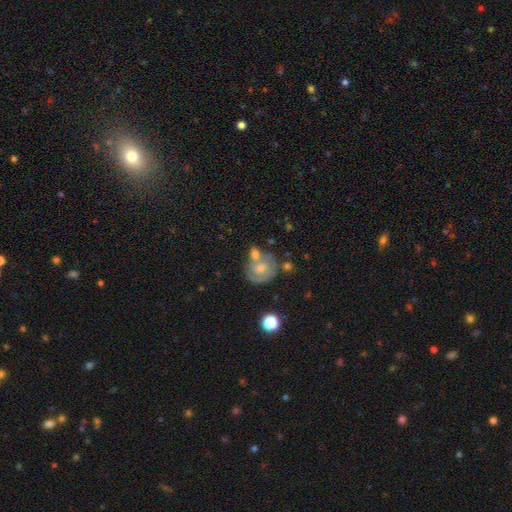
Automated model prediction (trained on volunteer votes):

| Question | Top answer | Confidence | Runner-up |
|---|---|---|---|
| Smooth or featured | featured or disk | 58% | smooth (32%) |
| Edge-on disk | no | 97% | yes (3%) |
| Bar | no | 66% | weak (29%) |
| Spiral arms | yes | 73% | no (27%) |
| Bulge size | small | 46% | moderate (45%) |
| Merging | none | 47% | merger (26%) |